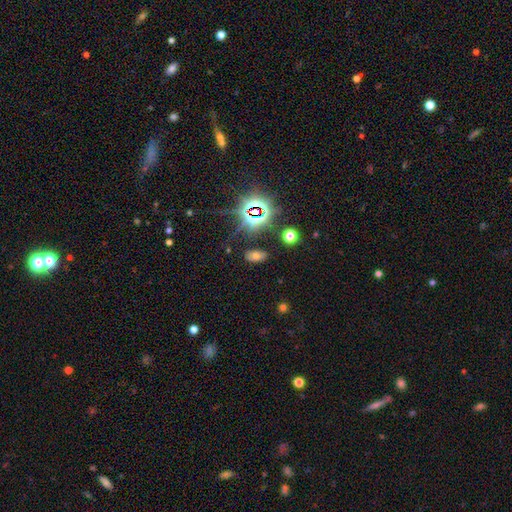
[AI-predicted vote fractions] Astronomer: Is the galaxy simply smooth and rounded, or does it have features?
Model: smooth — 47% (runner-up: star or artifact, 40%).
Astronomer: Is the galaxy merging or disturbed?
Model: none — 82%.